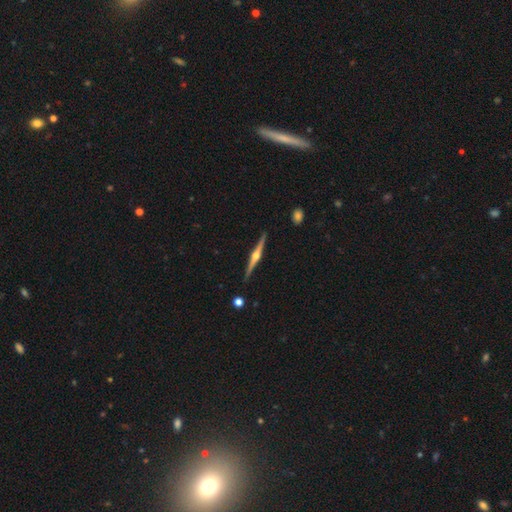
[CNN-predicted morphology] featured or disk 85%, smooth 10%, star or artifact 5%. Down the decision tree: edge-on disk — yes (99%); edge-on bulge — rounded (95%); merging — none (91%).